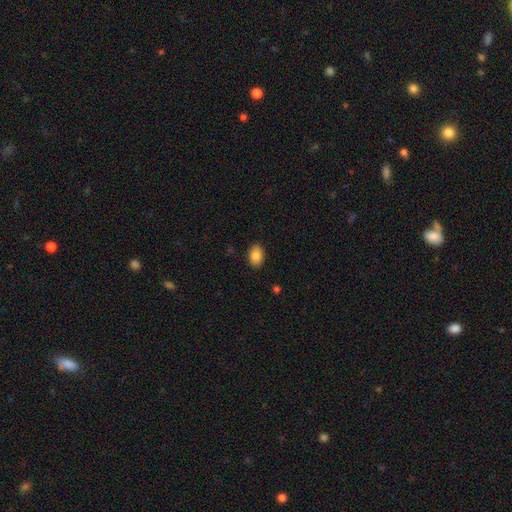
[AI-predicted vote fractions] Morphology: type=smooth (86%); roundness=in between (85%); merging=none (89%).